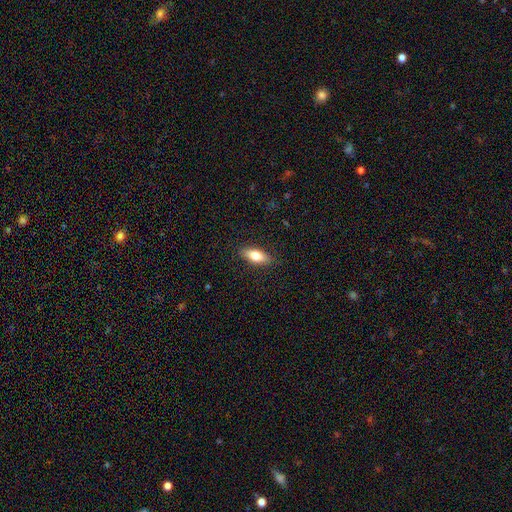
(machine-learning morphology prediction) Q: Smooth or featured?
A: smooth (75%); runner-up: featured or disk (19%)
Q: How rounded?
A: in between (71%); runner-up: cigar-shaped (26%)
Q: Merging?
A: none (87%); runner-up: minor disturbance (10%)